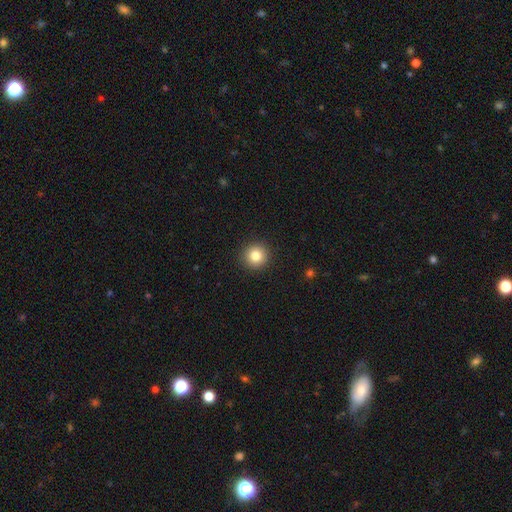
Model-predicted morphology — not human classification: smooth-or-featured: smooth: 82% | star or artifact: 11% | featured or disk: 7%
  how-rounded: round: 94% | in between: 5% | cigar-shaped: 1%
  merging: none: 93% | minor disturbance: 5% | major disturbance: 2% | merger: 1%